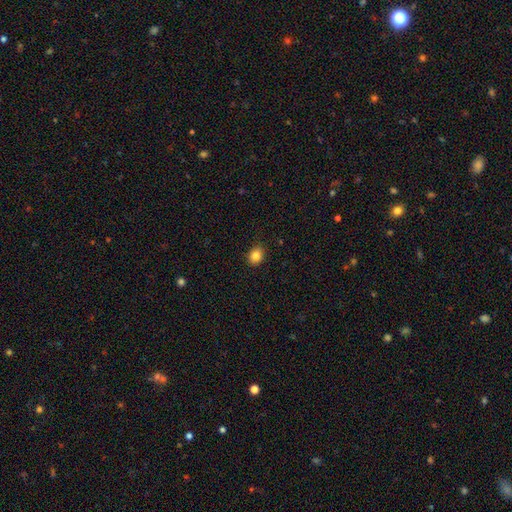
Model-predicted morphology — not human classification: type=smooth (84%); roundness=round (55%); merging=none (88%).